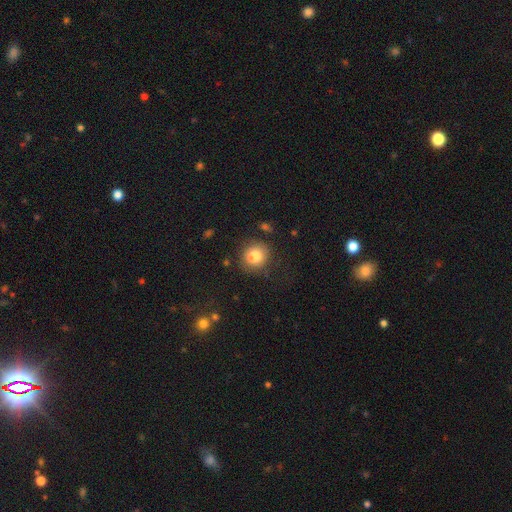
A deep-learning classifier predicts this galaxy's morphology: Smooth or featured: smooth — 81% (featured or disk — 10%)
How rounded: round — 80% (in between — 20%)
Merging: none — 69% (minor disturbance — 16%)